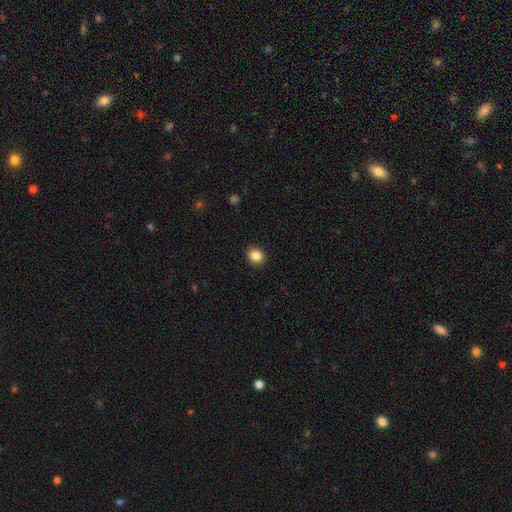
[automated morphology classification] A smooth galaxy with no disk features (86%) that is round (69%).

Vote fractions:
- Smooth or featured? smooth: 86% / star or artifact: 10% / featured or disk: 4%
- How rounded? round: 69% / in between: 30% / cigar-shaped: 1%
- Merging? none: 90% / minor disturbance: 7% / major disturbance: 2% / merger: 1%